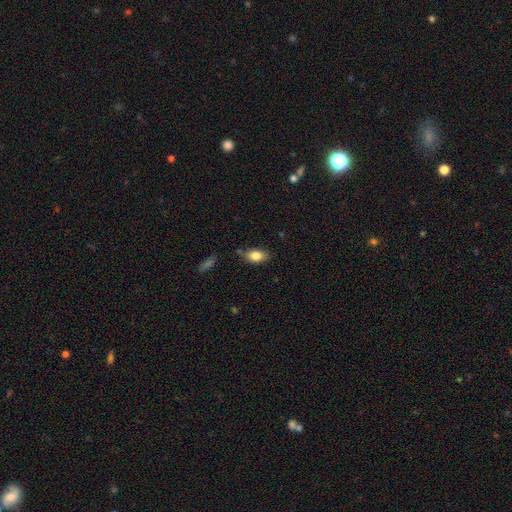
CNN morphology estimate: This is clearly a smooth galaxy (82%). How rounded: clearly in between (88%). Merging: likely none (71%).